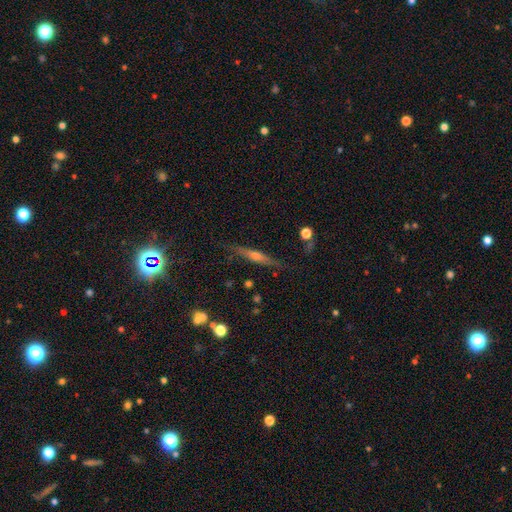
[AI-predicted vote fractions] A featured or disk galaxy (61%) viewed edge-on (94%) with a rounded central bulge (80%).

Vote fractions:
- Smooth or featured? featured or disk: 61% / smooth: 23% / star or artifact: 16%
- Edge-on disk? yes: 94% / no: 6%
- Edge-on bulge? rounded: 80% / none: 12% / boxy: 8%
- Merging? none: 82% / minor disturbance: 13% / major disturbance: 3% / merger: 2%